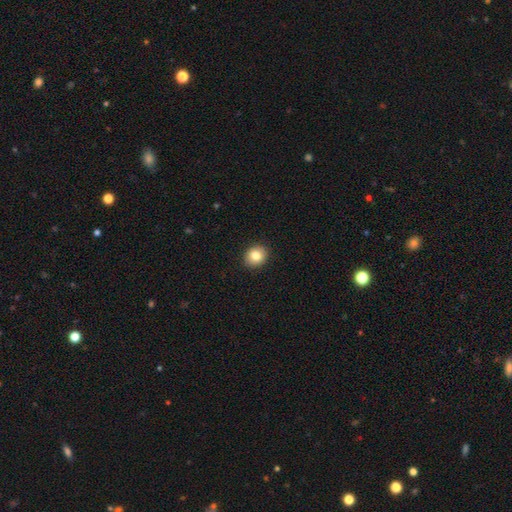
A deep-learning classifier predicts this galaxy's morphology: A smooth galaxy with no disk features (81%) that is round (69%).

Vote fractions:
- Smooth or featured? smooth: 81% / star or artifact: 9% / featured or disk: 9%
- How rounded? round: 69% / in between: 30% / cigar-shaped: 1%
- Merging? none: 91% / minor disturbance: 6% / major disturbance: 2% / merger: 1%